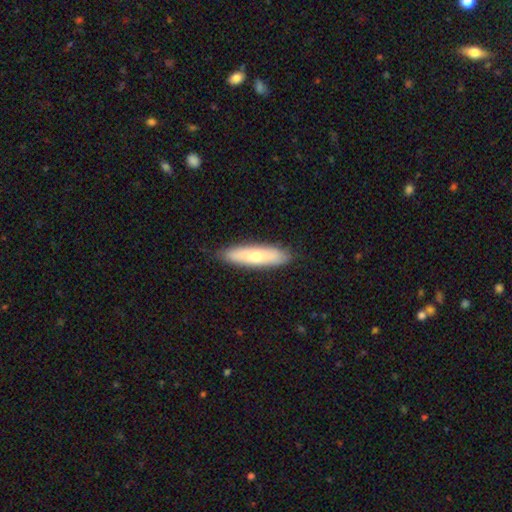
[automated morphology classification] smooth 63%, featured or disk 32%, star or artifact 5%. Down the decision tree: how rounded — cigar-shaped (70%); merging — none (87%).